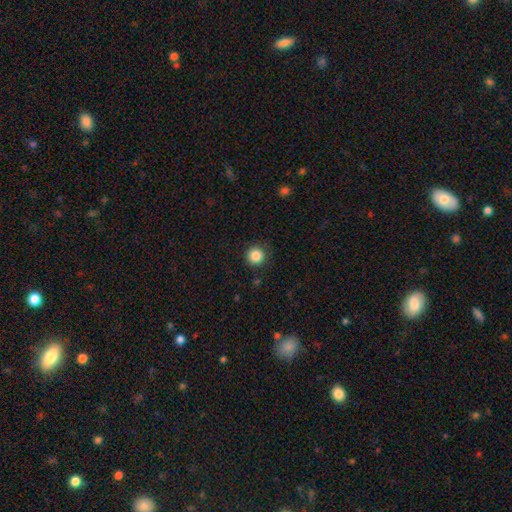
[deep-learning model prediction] Smooth or featured? smooth (86%)
How rounded? round (95%)
Merging? none (89%)